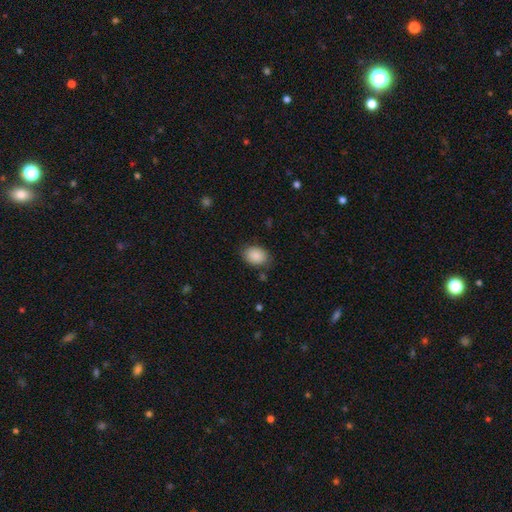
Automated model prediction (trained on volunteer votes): This is clearly a smooth galaxy (89%). How rounded: likely in between (75%). Merging: clearly none (81%).